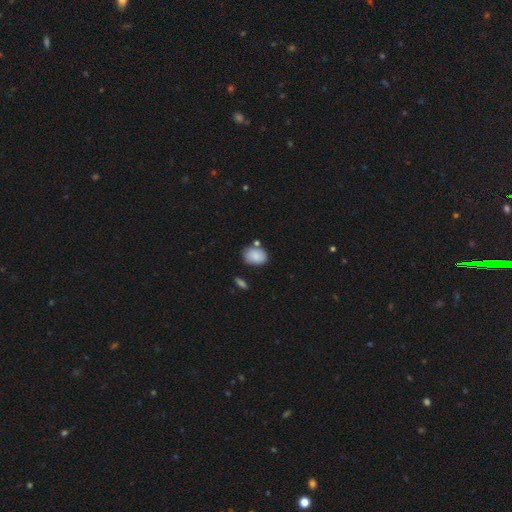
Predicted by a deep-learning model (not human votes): Smooth or featured: smooth — 86% (star or artifact — 7%)
How rounded: in between — 79% (round — 20%)
Merging: none — 65% (minor disturbance — 20%)